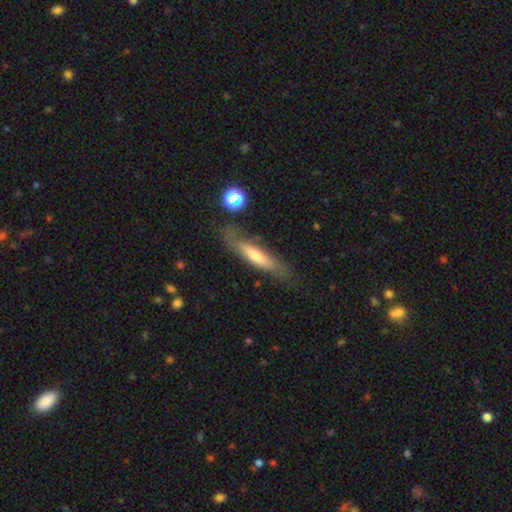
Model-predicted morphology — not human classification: Q: Smooth or featured?
A: smooth (47%); runner-up: featured or disk (45%)
Q: Merging?
A: none (72%); runner-up: minor disturbance (18%)